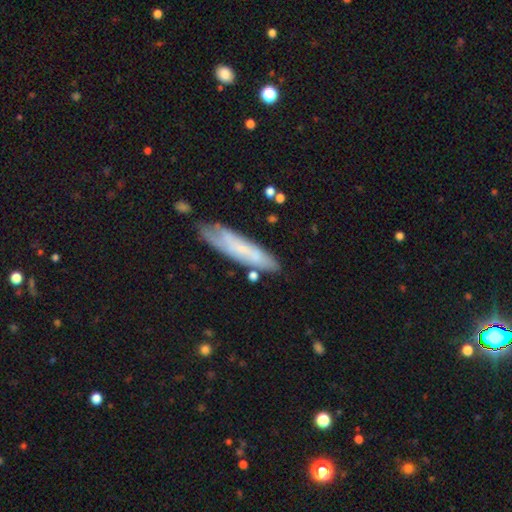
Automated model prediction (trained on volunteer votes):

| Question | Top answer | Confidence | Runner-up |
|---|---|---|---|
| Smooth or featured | smooth | 60% | featured or disk (33%) |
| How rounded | cigar-shaped | 72% | in between (25%) |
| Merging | none | 69% | minor disturbance (18%) |